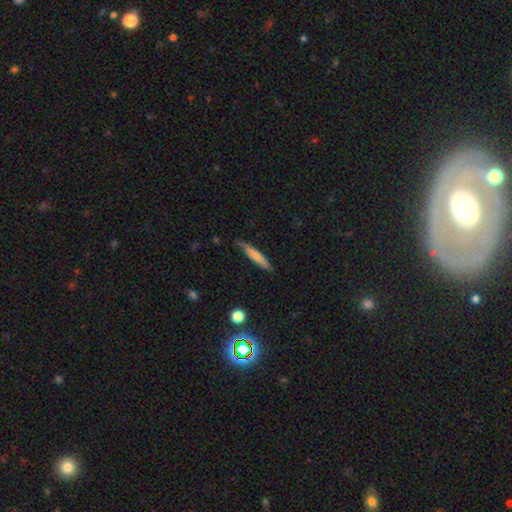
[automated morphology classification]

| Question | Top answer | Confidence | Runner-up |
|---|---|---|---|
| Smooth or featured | smooth | 69% | featured or disk (25%) |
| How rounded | cigar-shaped | 91% | in between (7%) |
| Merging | none | 77% | minor disturbance (18%) |